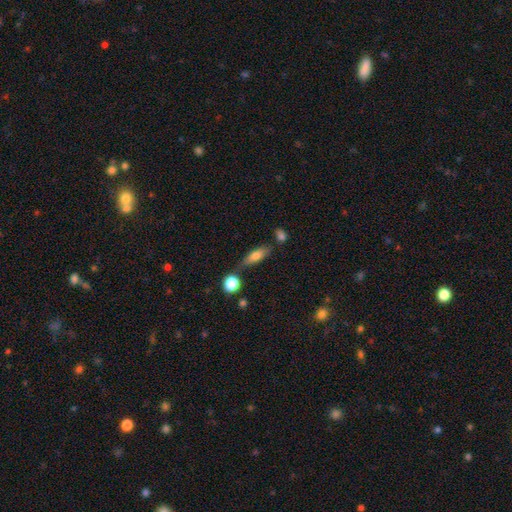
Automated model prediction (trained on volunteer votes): smooth-or-featured: smooth: 70% | featured or disk: 21% | star or artifact: 8%
  how-rounded: in between: 60% | cigar-shaped: 36% | round: 4%
  merging: none: 64% | minor disturbance: 19% | merger: 11% | major disturbance: 6%